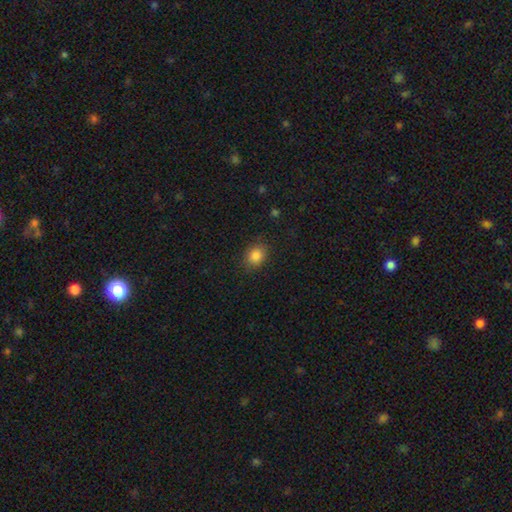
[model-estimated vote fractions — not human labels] smooth-or-featured: smooth: 85% | star or artifact: 10% | featured or disk: 5%
  how-rounded: round: 53% | in between: 46% | cigar-shaped: 1%
  merging: none: 85% | minor disturbance: 11% | major disturbance: 3% | merger: 1%